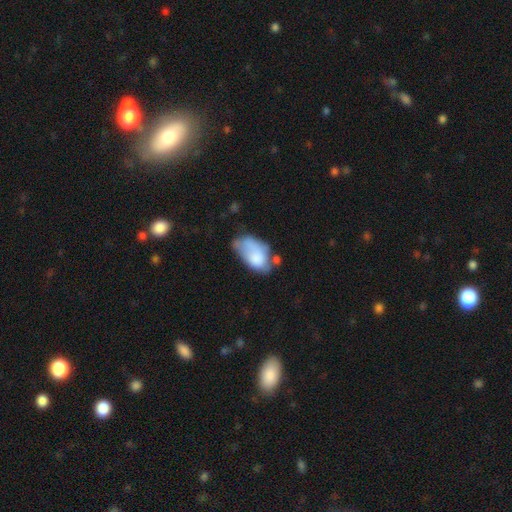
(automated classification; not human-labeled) Smooth or featured: smooth — 70% (featured or disk — 22%)
How rounded: in between — 93% (round — 6%)
Merging: minor disturbance — 31% (major disturbance — 26%)